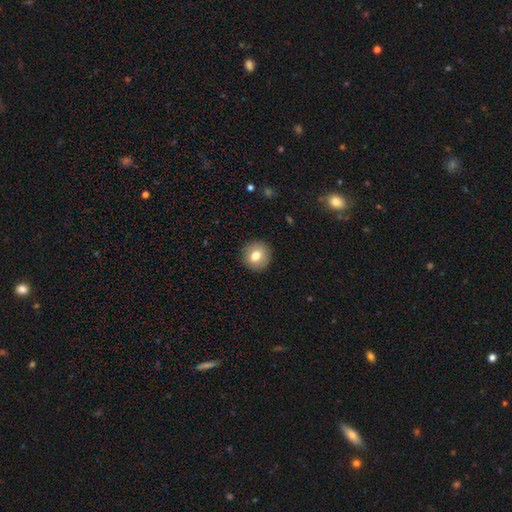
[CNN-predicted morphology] smooth-or-featured: smooth: 77% | featured or disk: 14% | star or artifact: 9%
  how-rounded: round: 91% | in between: 8% | cigar-shaped: 1%
  merging: none: 91% | minor disturbance: 6% | major disturbance: 2% | merger: 1%